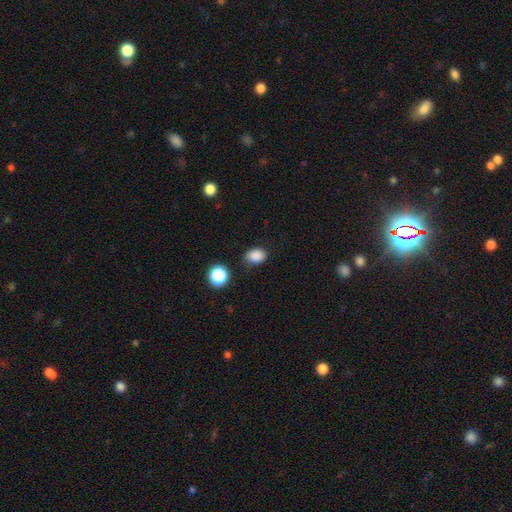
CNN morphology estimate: Q: Smooth or featured?
A: smooth (85%); runner-up: star or artifact (11%)
Q: How rounded?
A: in between (68%); runner-up: round (31%)
Q: Merging?
A: none (74%); runner-up: minor disturbance (18%)